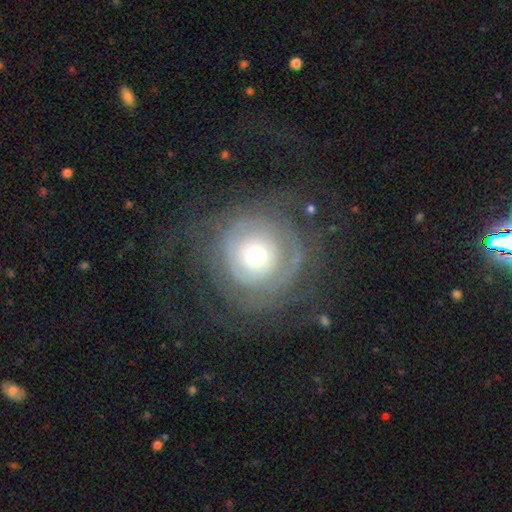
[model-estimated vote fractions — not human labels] featured or disk 64%, smooth 28%, star or artifact 8%. Down the decision tree: edge-on disk — no (96%); bar — no (87%); spiral arms — yes (61%); bulge size — moderate (58%); merging — none (65%).